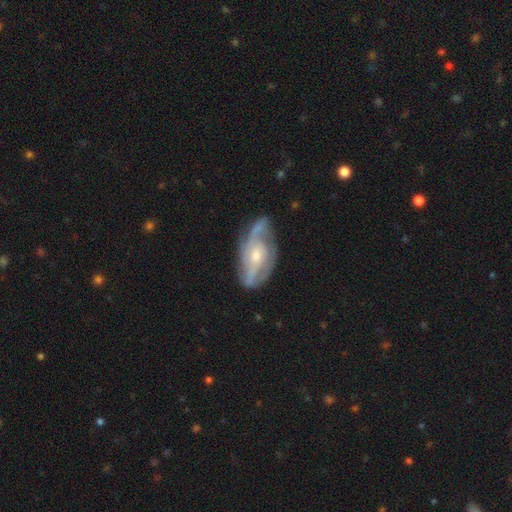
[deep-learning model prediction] featured or disk 82%, smooth 12%, star or artifact 5%. Down the decision tree: edge-on disk — no (93%); bar — no (62%); spiral arms — yes (92%); spiral arm count — 2 (47%); spiral winding — medium (44%); bulge size — moderate (50%); merging — none (63%).